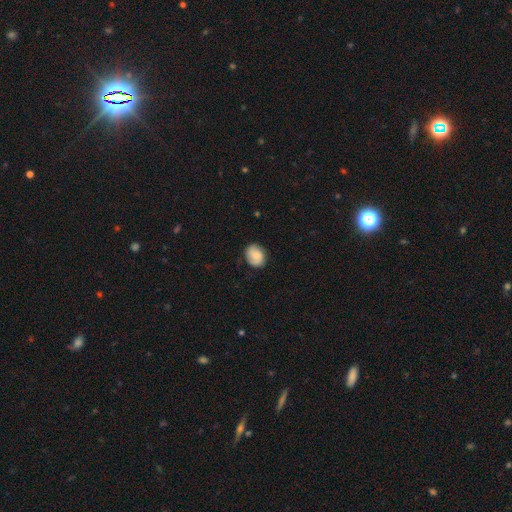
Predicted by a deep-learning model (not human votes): A smooth galaxy with no disk features (67%) that is in between round and cigar-shaped (53%). Merging: none (78%).